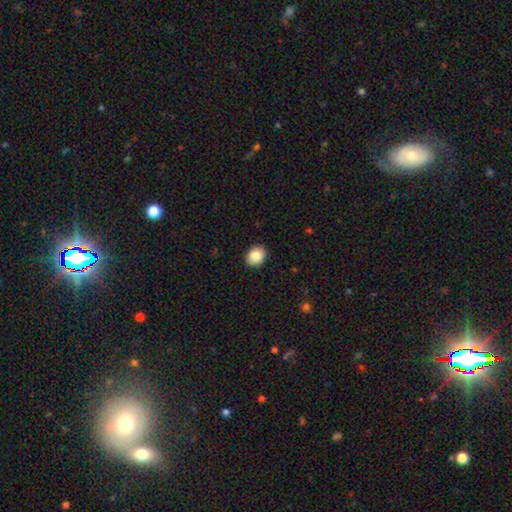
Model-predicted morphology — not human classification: This appears to be a smooth galaxy with no disk features (86%) that is in between round and cigar-shaped (59%). Merging: none (90%).